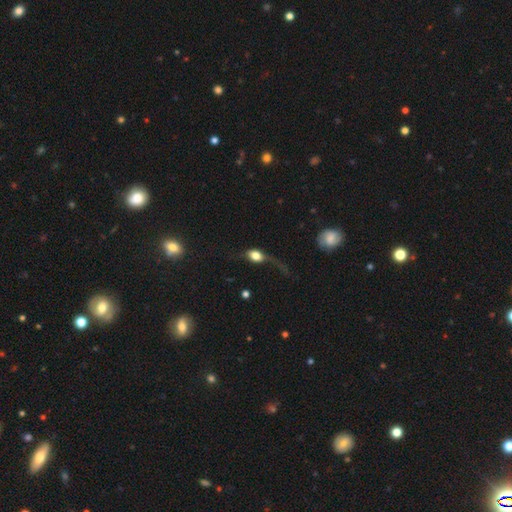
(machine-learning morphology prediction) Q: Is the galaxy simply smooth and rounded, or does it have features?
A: smooth — 67%.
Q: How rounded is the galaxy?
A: in between — 67%.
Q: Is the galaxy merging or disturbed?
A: major disturbance — 51%.